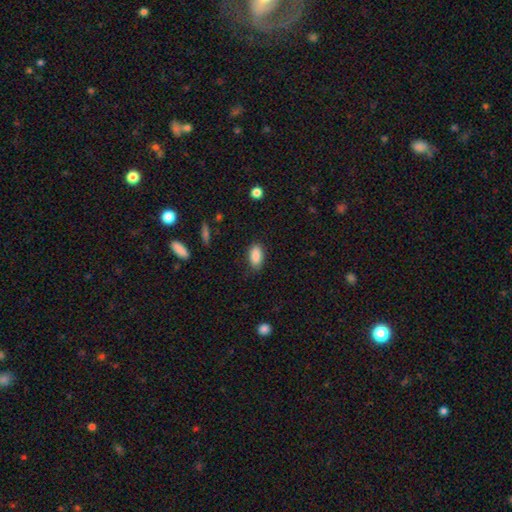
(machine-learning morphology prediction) smooth 88%, star or artifact 8%, featured or disk 4%. Down the decision tree: how rounded — in between (91%); merging — none (82%).